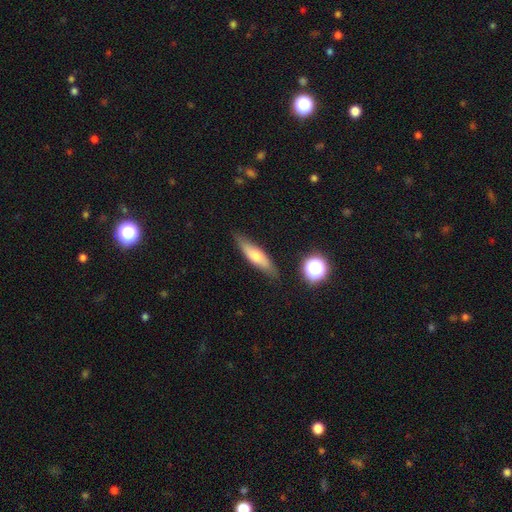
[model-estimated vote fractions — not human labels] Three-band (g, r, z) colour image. It shows a smooth galaxy with no disk features (55%) that is cigar-shaped (68%). Merging: none (83%).